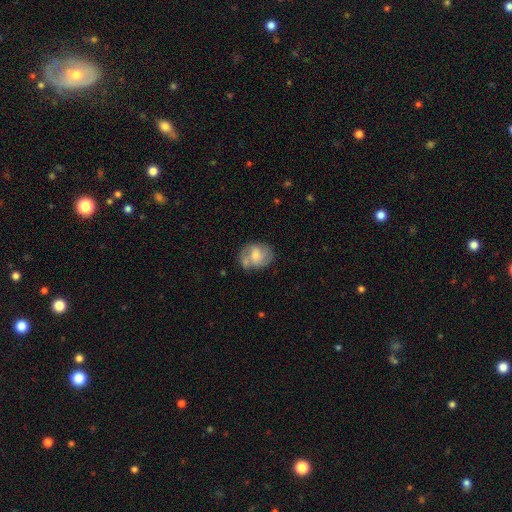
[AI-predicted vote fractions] The model was most divided on "smooth or featured": smooth: 49%, featured or disk: 44%, star or artifact: 7%. Remaining: merging — none (49%).